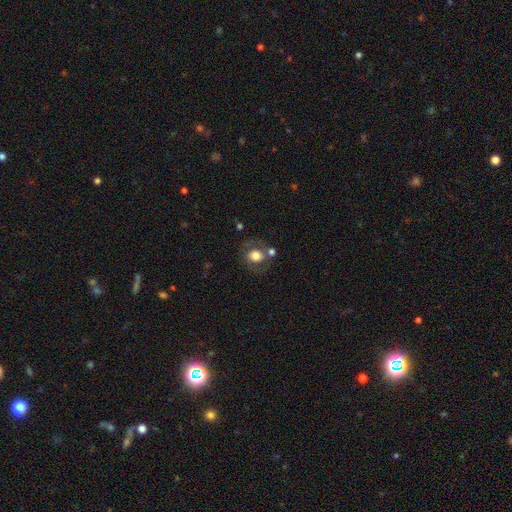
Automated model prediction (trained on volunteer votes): The model was most divided on "smooth or featured": smooth: 54%, featured or disk: 37%, star or artifact: 9%. More confident: merging — none (62%); how rounded — round (60%).